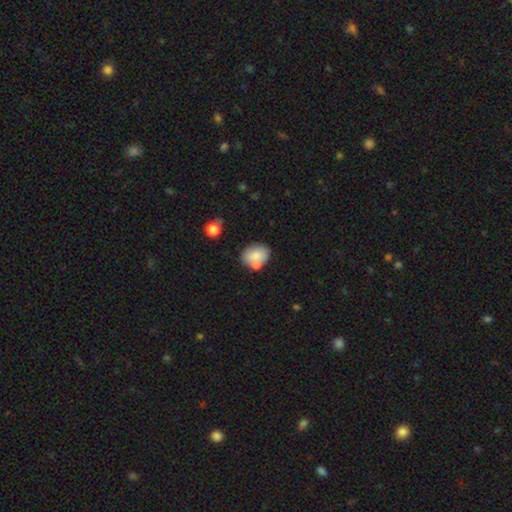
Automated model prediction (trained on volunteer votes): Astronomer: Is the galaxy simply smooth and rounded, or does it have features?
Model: smooth — 76%.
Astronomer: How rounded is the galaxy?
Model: in between — 64%.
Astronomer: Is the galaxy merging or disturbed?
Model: none — 59%.